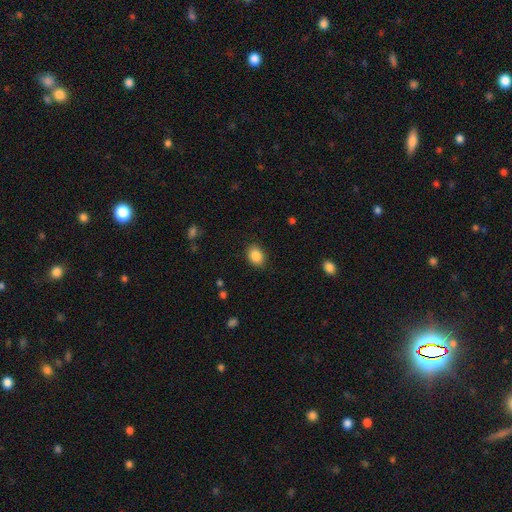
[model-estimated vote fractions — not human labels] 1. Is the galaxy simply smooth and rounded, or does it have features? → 87% smooth, 8% star or artifact, 5% featured or disk.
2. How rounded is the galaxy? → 71% in between, 28% round, 1% cigar-shaped.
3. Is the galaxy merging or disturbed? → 86% none, 10% minor disturbance, 3% major disturbance, 1% merger.